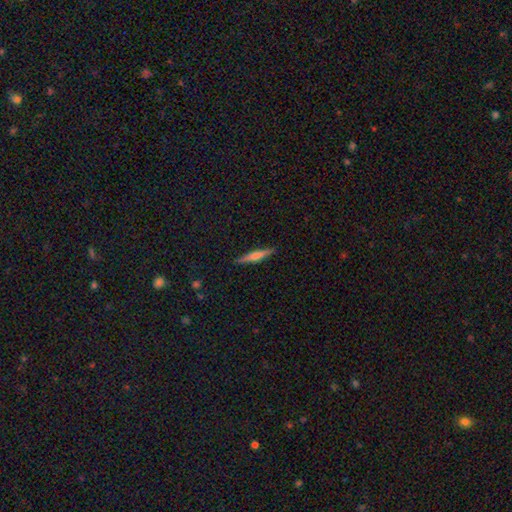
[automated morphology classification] A featured or disk galaxy (56%) viewed edge-on (97%) with a rounded central bulge (71%).

Vote fractions:
- Smooth or featured? featured or disk: 56% / smooth: 37% / star or artifact: 7%
- Edge-on disk? yes: 97% / no: 3%
- Edge-on bulge? rounded: 71% / none: 15% / boxy: 14%
- Merging? none: 91% / minor disturbance: 7% / major disturbance: 1% / merger: 1%